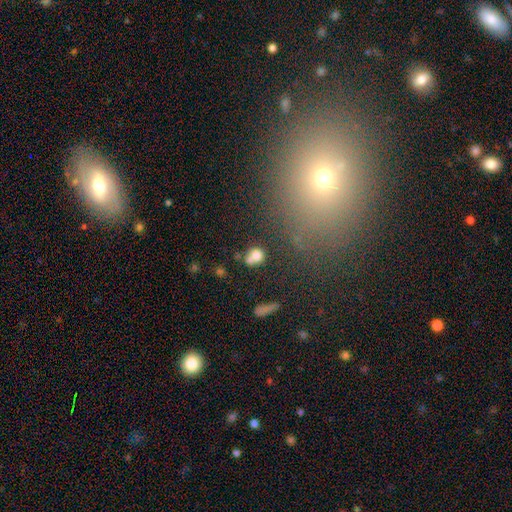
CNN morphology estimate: Q: Smooth or featured?
A: smooth (74%); runner-up: featured or disk (13%)
Q: How rounded?
A: round (79%); runner-up: in between (20%)
Q: Merging?
A: none (43%); runner-up: merger (39%)